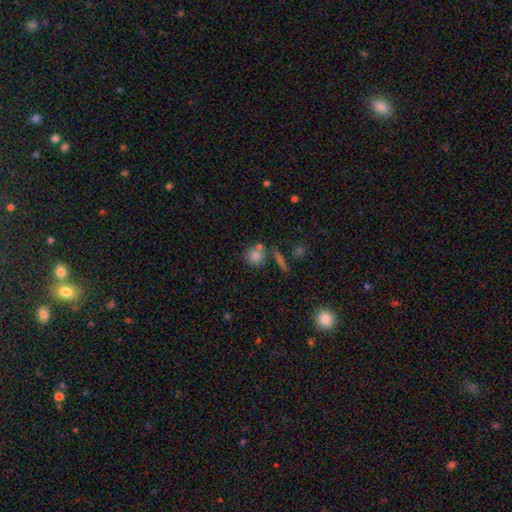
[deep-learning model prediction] This appears to be a smooth galaxy with no disk features (79%) that is round (85%). Merging: none (61%).